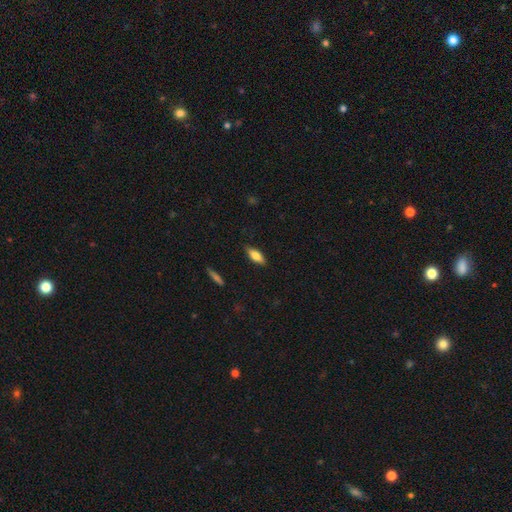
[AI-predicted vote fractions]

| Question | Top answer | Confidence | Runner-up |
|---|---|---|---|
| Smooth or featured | smooth | 75% | featured or disk (19%) |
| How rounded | in between | 68% | cigar-shaped (30%) |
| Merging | none | 85% | minor disturbance (12%) |